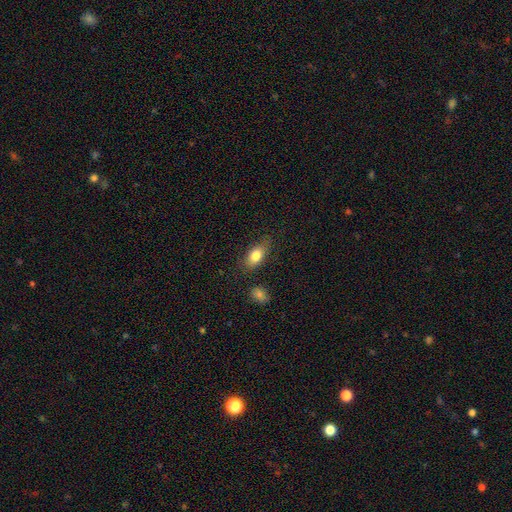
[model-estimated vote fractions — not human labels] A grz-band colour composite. It shows a smooth galaxy with no disk features (80%) that is in between round and cigar-shaped (87%). Merging: none (77%).